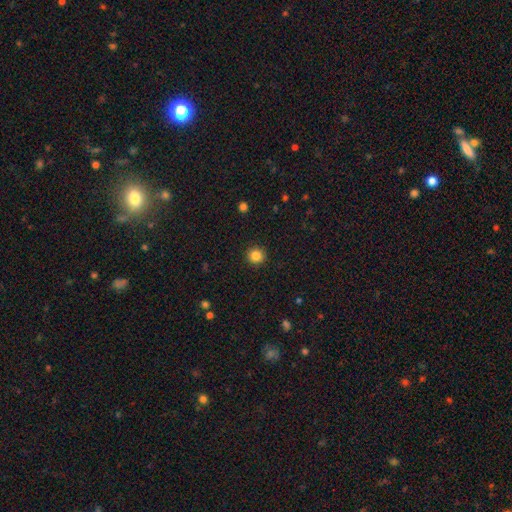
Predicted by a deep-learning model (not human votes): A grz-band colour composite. It shows a smooth galaxy with no disk features (85%) that is round (95%). Merging: none (93%).